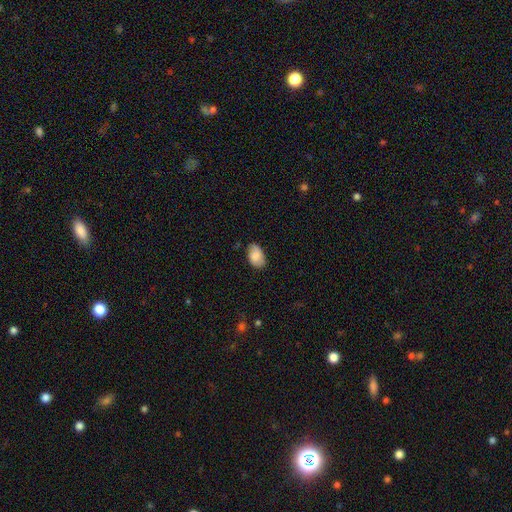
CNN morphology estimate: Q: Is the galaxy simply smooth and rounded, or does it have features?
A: smooth — 82%.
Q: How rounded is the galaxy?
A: in between — 91%.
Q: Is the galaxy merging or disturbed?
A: none — 75%.